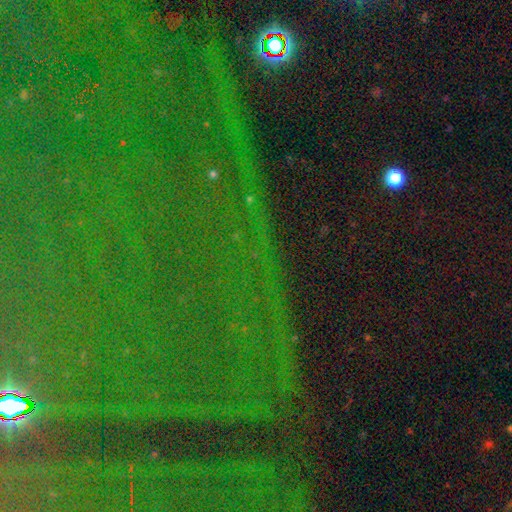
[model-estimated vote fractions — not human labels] Morphology: type=star or artifact (86%).